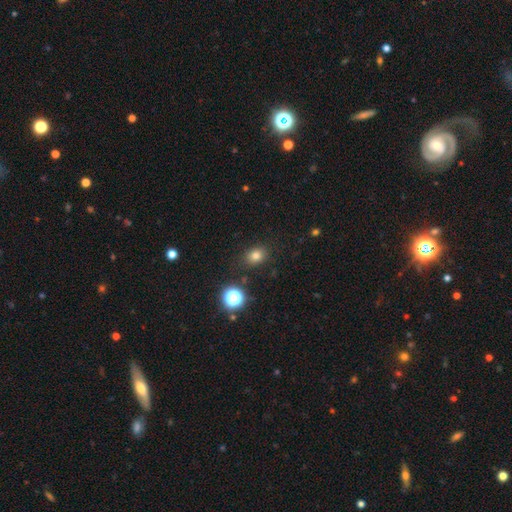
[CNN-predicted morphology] Q: Smooth or featured?
A: smooth (77%); runner-up: star or artifact (16%)
Q: How rounded?
A: round (50%); runner-up: in between (49%)
Q: Merging?
A: none (84%); runner-up: minor disturbance (10%)